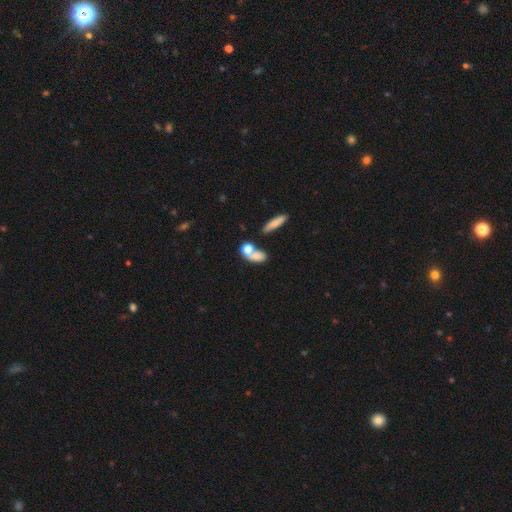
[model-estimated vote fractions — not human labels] A smooth galaxy with no disk features (72%) that is in between round and cigar-shaped (58%). Merging: merger (43%).